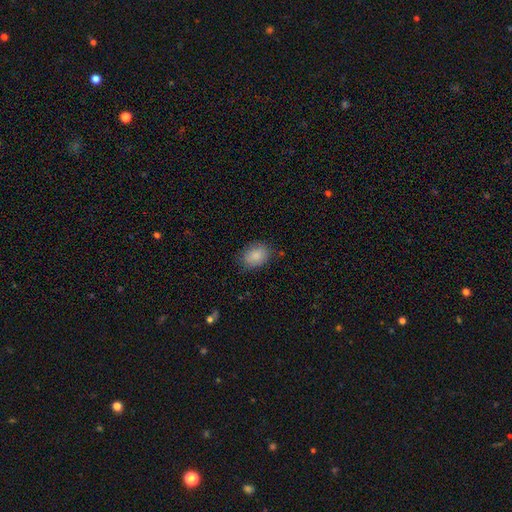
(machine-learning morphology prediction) A smooth galaxy with no disk features (87%) that is in between round and cigar-shaped (74%). Merging: none (80%).